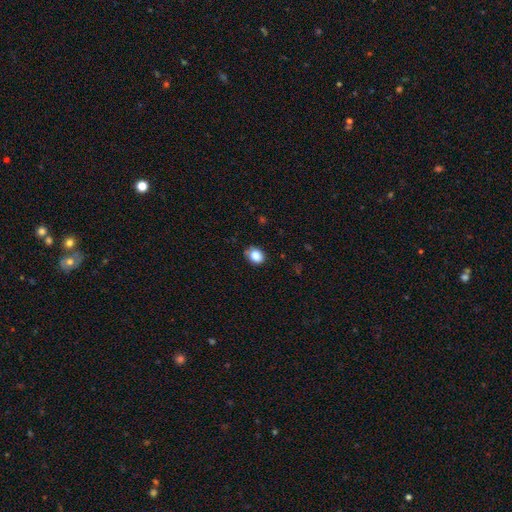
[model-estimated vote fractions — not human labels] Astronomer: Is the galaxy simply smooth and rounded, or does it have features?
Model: smooth — 86%.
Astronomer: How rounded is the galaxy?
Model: round — 52% (runner-up: in between, 47%).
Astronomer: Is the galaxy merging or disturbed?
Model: none — 74%.